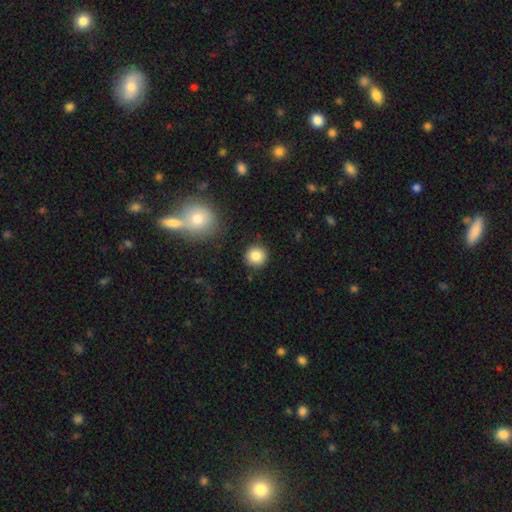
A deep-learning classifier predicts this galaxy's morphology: smooth_or_featured: smooth (p=0.85) [alt: star or artifact p=0.10]
how_rounded: round (p=0.93) [alt: in between p=0.06]
merging: none (p=0.89) [alt: minor disturbance p=0.06]